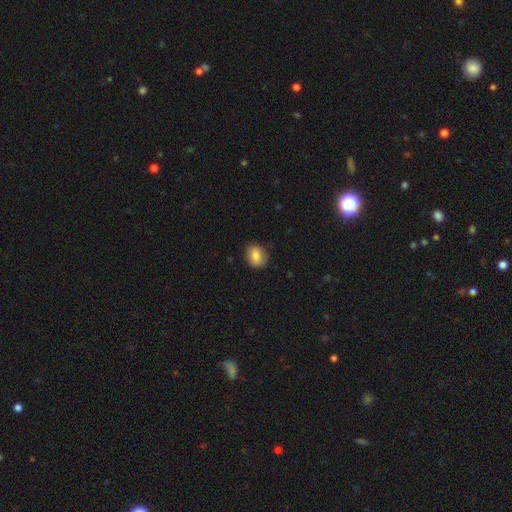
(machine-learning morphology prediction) The model was most divided on "how rounded": round: 53%, in between: 46%, cigar-shaped: 1%. More confident: merging — none (85%); smooth or featured — smooth (80%).